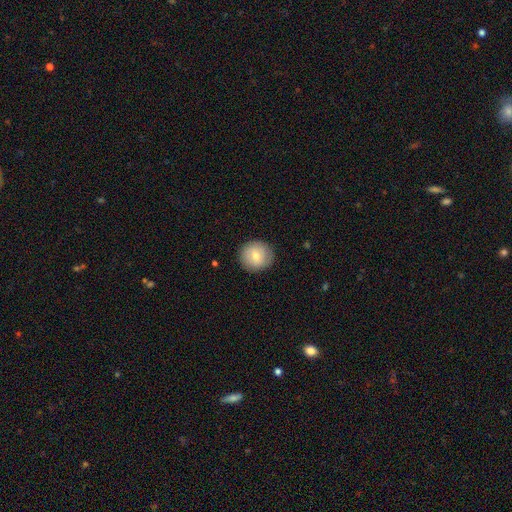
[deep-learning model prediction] The model was most divided on "smooth or featured": smooth: 75%, featured or disk: 18%, star or artifact: 8%. More confident: how rounded — round (92%); merging — none (88%).